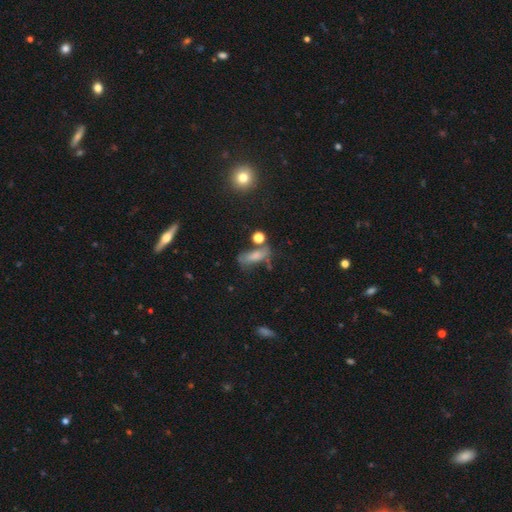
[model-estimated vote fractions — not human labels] Q: Smooth or featured?
A: smooth (64%); runner-up: featured or disk (20%)
Q: How rounded?
A: in between (64%); runner-up: cigar-shaped (26%)
Q: Merging?
A: none (42%); runner-up: minor disturbance (23%)